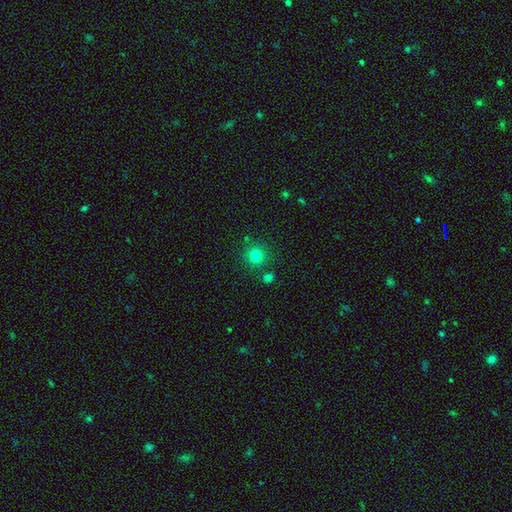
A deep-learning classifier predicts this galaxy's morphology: The model was most divided on "smooth or featured": smooth: 79%, star or artifact: 14%, featured or disk: 6%. More confident: how rounded — round (93%); merging — none (81%).